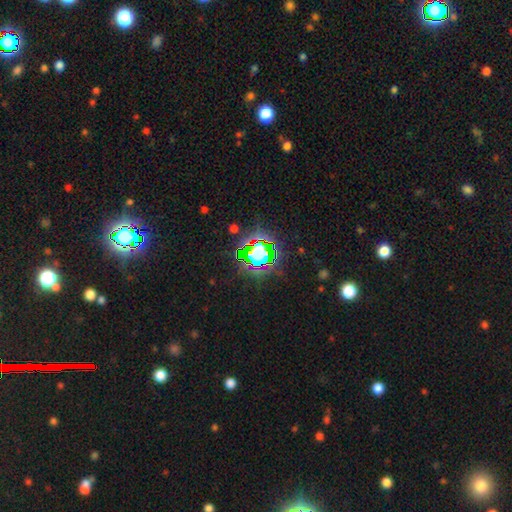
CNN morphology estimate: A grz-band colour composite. It shows a star or artifact, not a galaxy (69%).